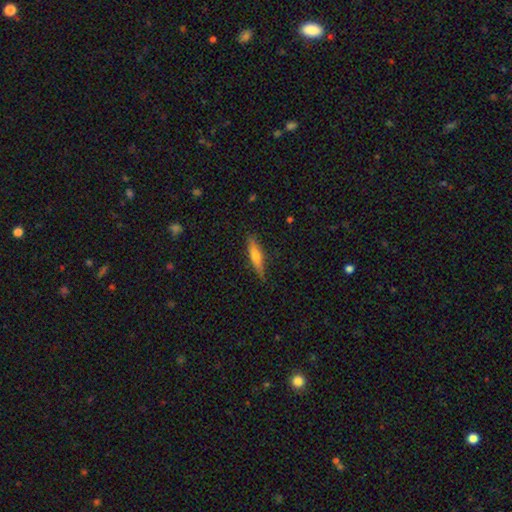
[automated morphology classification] Smooth or featured: smooth — 52% (featured or disk — 42%)
How rounded: cigar-shaped — 82% (in between — 17%)
Merging: none — 85% (minor disturbance — 11%)